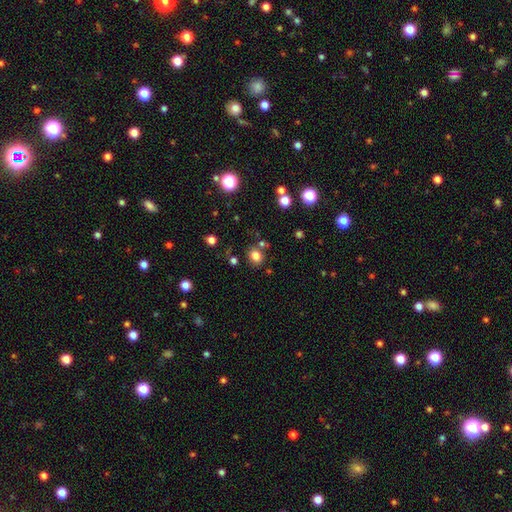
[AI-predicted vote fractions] Smooth or featured? Predicted: smooth (p=0.80). How rounded? Predicted: round (p=0.62). Merging? Predicted: none (p=0.78).